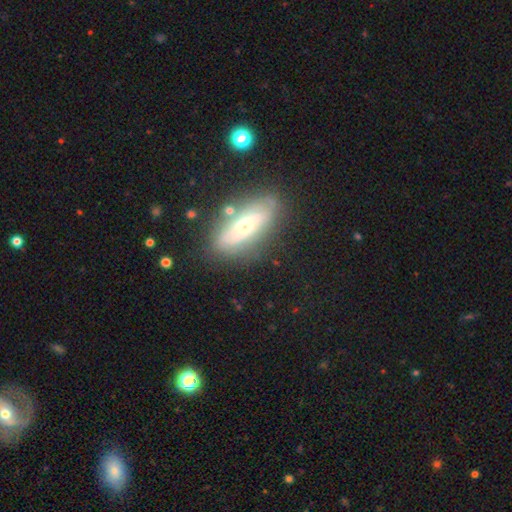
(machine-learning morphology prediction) This is possibly a featured or disk galaxy (51%). It is likely viewed edge-on (61%). Merging: likely none (76%).